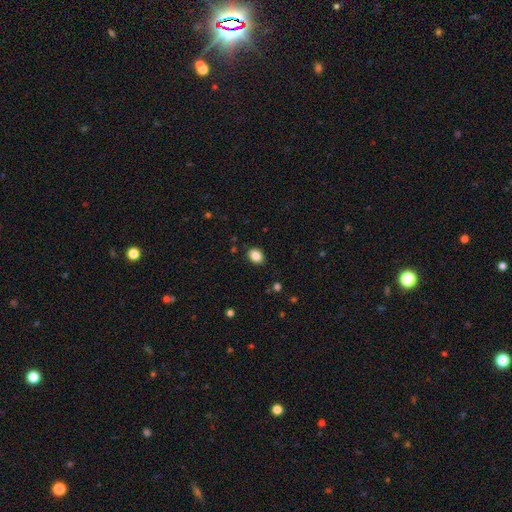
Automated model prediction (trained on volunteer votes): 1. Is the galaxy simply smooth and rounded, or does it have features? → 86% smooth, 9% star or artifact, 5% featured or disk.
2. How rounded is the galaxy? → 68% in between, 31% round, 1% cigar-shaped.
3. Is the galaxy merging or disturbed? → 88% none, 9% minor disturbance, 2% major disturbance, 1% merger.